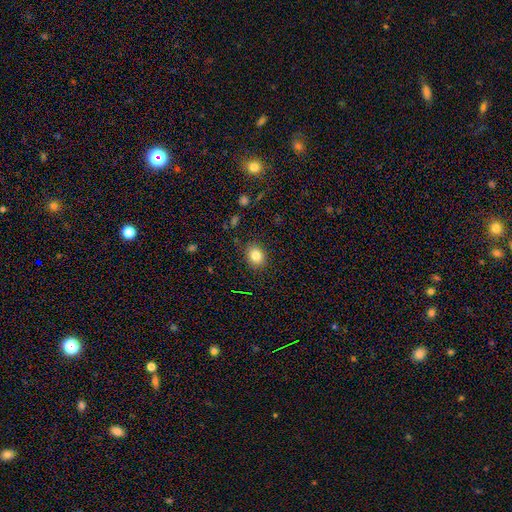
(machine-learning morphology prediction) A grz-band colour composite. It shows a smooth galaxy with no disk features (83%) that is round (58%). Merging: none (87%).